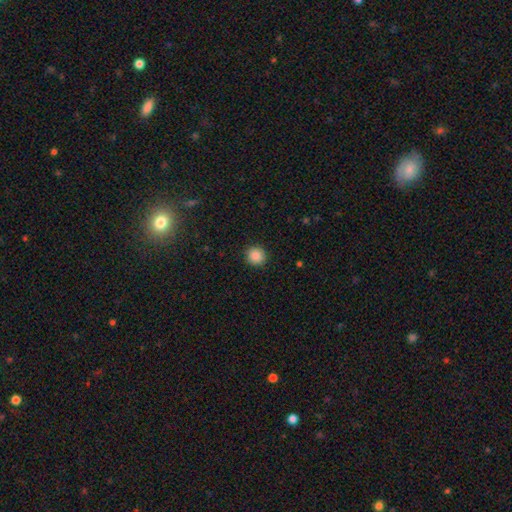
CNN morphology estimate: Q: Smooth or featured?
A: smooth (88%); runner-up: star or artifact (9%)
Q: How rounded?
A: round (93%); runner-up: in between (6%)
Q: Merging?
A: none (91%); runner-up: minor disturbance (6%)